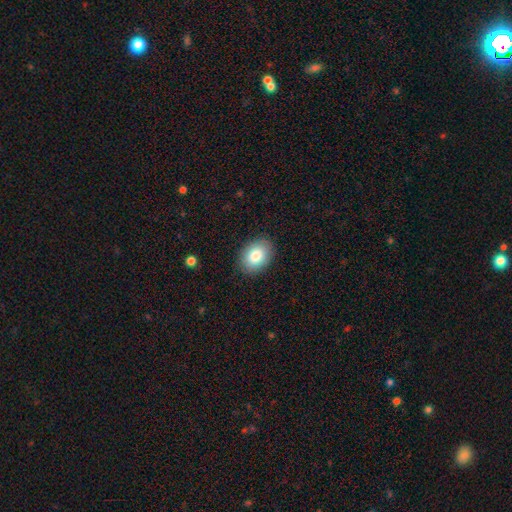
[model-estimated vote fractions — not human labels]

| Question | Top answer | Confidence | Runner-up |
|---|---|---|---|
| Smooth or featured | smooth | 83% | featured or disk (9%) |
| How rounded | in between | 75% | round (24%) |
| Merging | none | 88% | minor disturbance (9%) |